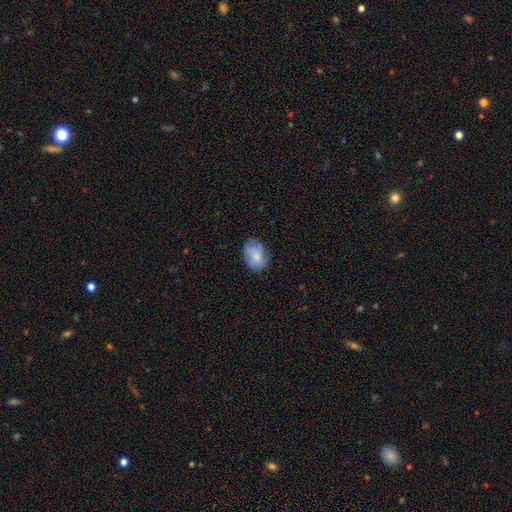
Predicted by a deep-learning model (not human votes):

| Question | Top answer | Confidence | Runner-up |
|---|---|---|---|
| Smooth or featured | smooth | 61% | featured or disk (32%) |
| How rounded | in between | 77% | round (22%) |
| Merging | none | 67% | minor disturbance (24%) |